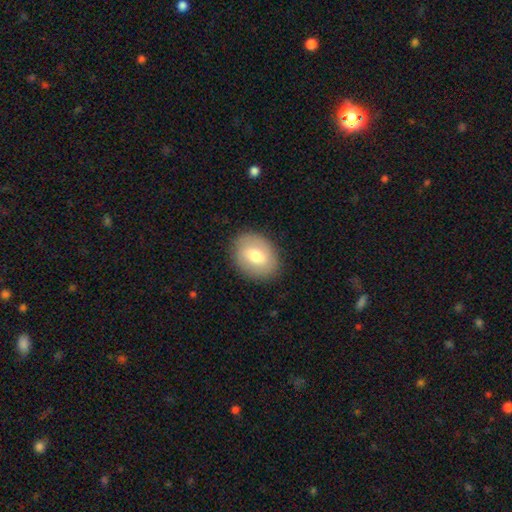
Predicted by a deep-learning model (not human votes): smooth_or_featured: smooth (p=0.64) [alt: featured or disk p=0.29]
how_rounded: in between (p=0.61) [alt: round p=0.38]
merging: none (p=0.85) [alt: minor disturbance p=0.11]